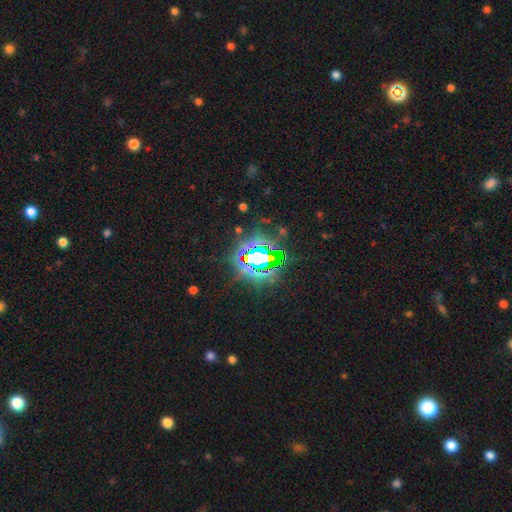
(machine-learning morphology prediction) Q: Smooth or featured?
A: star or artifact (77%); runner-up: smooth (12%)